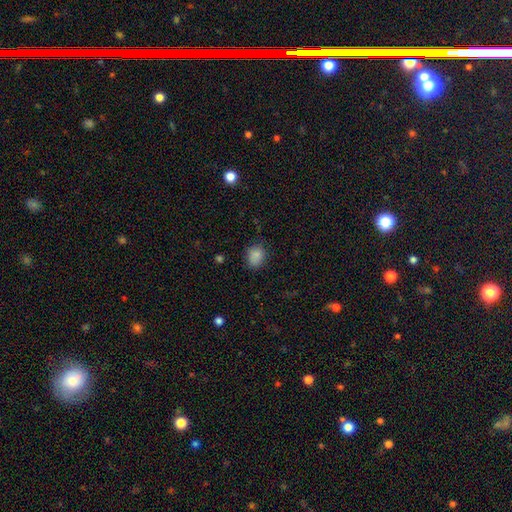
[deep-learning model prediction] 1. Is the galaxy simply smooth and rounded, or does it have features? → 84% smooth, 11% star or artifact, 6% featured or disk.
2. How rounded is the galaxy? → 51% round, 48% in between, 1% cigar-shaped.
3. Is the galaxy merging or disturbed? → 75% none, 19% minor disturbance, 4% major disturbance, 1% merger.